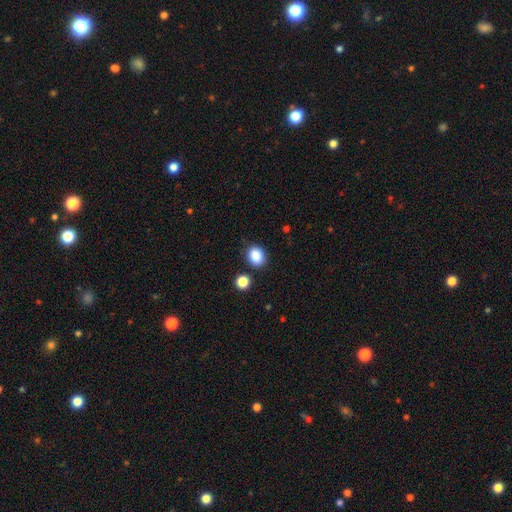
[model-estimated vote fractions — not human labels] Smooth or featured: smooth — 86% (star or artifact — 9%)
How rounded: in between — 51% (round — 48%)
Merging: none — 82% (minor disturbance — 11%)